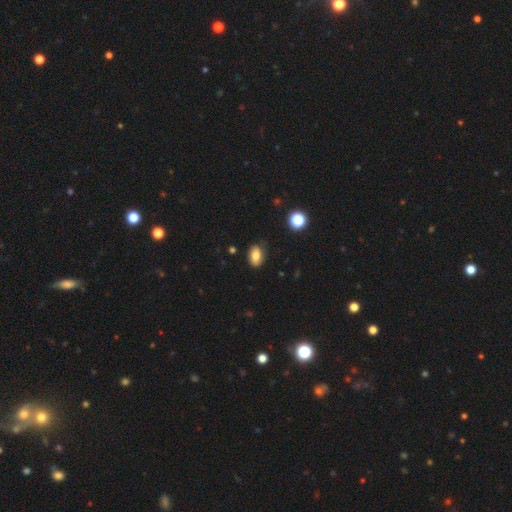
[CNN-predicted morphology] Smooth or featured?
  - smooth: 80% *
  - featured or disk: 10%
  - star or artifact: 10%
How rounded?
  - in between: 88% *
  - round: 10%
  - cigar-shaped: 2%
Merging?
  - none: 80% *
  - minor disturbance: 15%
  - major disturbance: 3%
  - merger: 1%